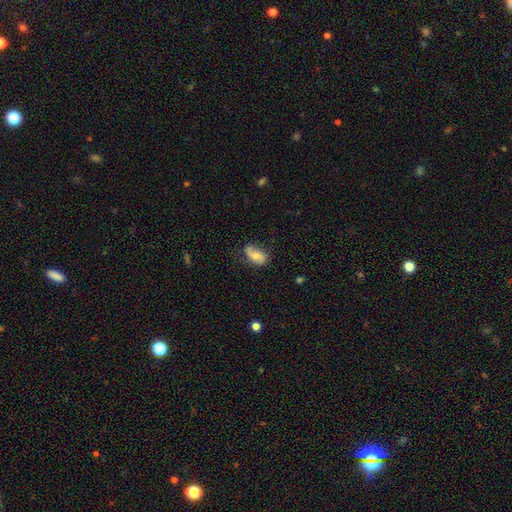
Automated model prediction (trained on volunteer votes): smooth-or-featured: smooth: 55% | featured or disk: 37% | star or artifact: 8%
  how-rounded: in between: 90% | round: 7% | cigar-shaped: 3%
  merging: none: 60% | minor disturbance: 29% | major disturbance: 9% | merger: 2%